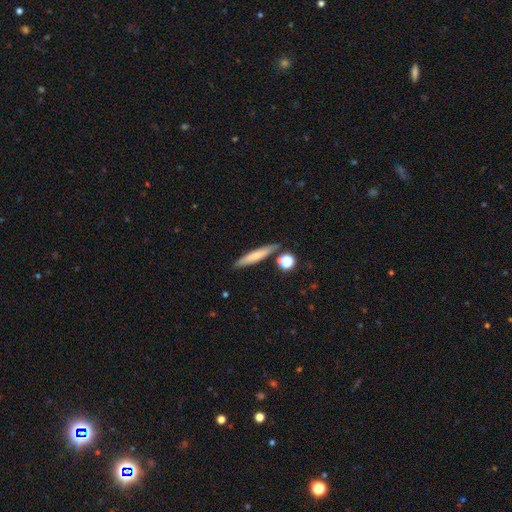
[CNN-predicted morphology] Q: Smooth or featured?
A: smooth (68%); runner-up: featured or disk (24%)
Q: How rounded?
A: cigar-shaped (88%); runner-up: in between (9%)
Q: Merging?
A: none (80%); runner-up: minor disturbance (11%)